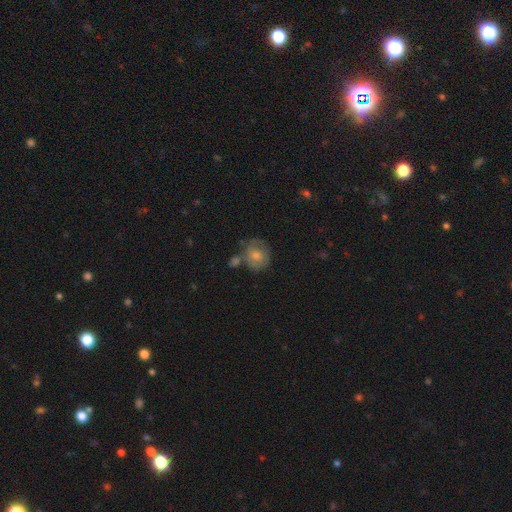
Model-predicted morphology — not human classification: Q: Smooth or featured?
A: smooth (69%); runner-up: featured or disk (23%)
Q: How rounded?
A: round (81%); runner-up: in between (18%)
Q: Merging?
A: none (51%); runner-up: minor disturbance (21%)